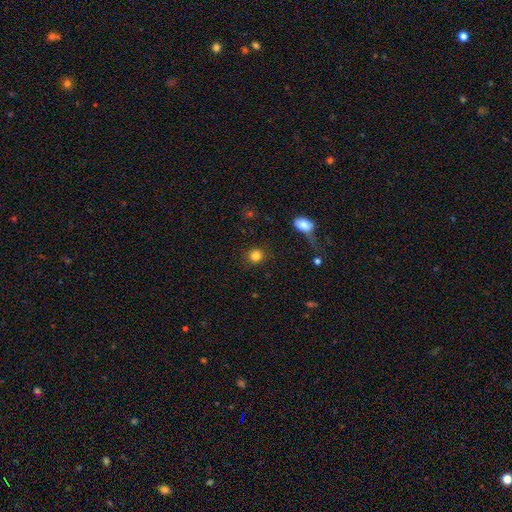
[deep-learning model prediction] Q: Smooth or featured?
A: smooth (85%); runner-up: star or artifact (10%)
Q: How rounded?
A: round (88%); runner-up: in between (11%)
Q: Merging?
A: none (86%); runner-up: minor disturbance (7%)